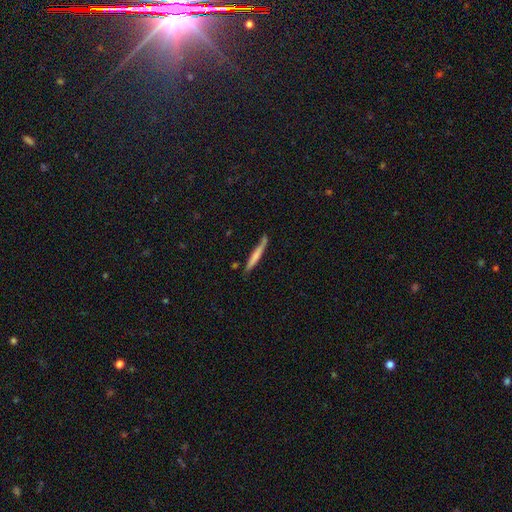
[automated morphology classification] Smooth or featured? smooth (64%)
How rounded? cigar-shaped (96%)
Merging? none (76%)